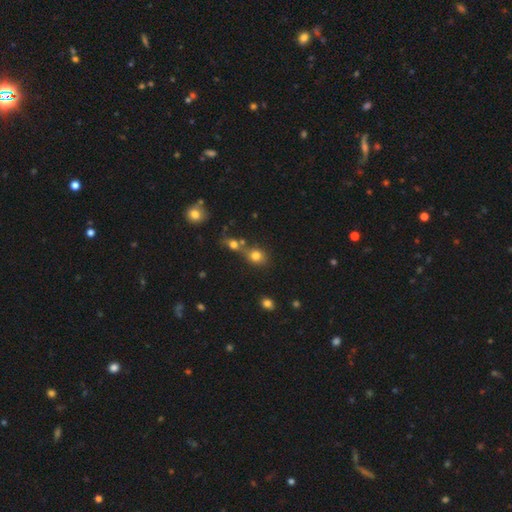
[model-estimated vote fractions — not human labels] smooth 77%, star or artifact 14%, featured or disk 9%. Down the decision tree: how rounded — round (74%); merging — none (52%).